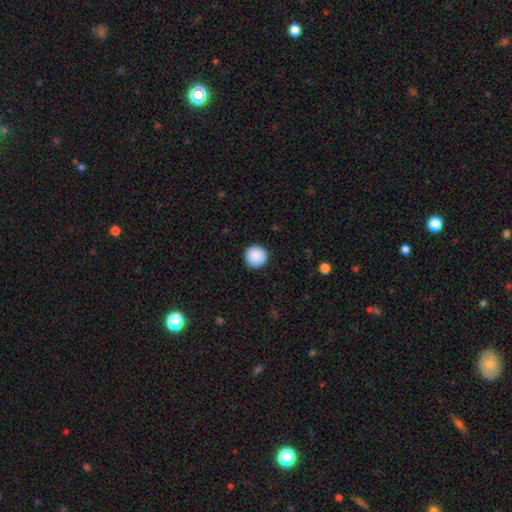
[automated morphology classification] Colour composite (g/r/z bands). It shows a smooth galaxy with no disk features (89%) that is round (96%). Merging: none (92%).